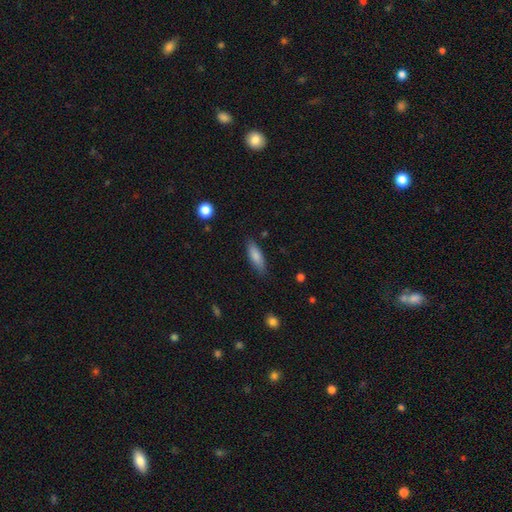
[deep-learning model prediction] This is clearly a smooth galaxy (83%). How rounded: possibly in between (60%). Merging: clearly none (82%).